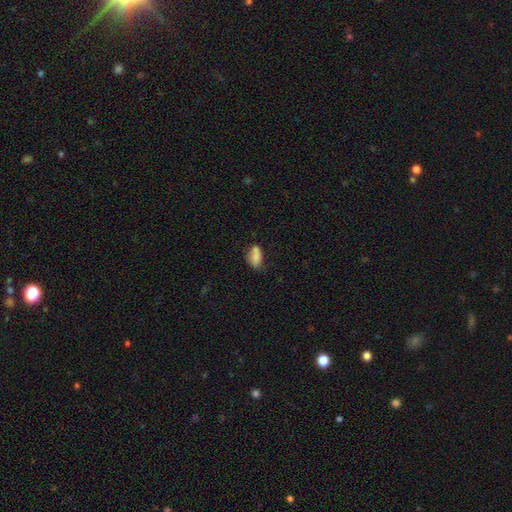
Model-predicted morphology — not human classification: Smooth or featured? Predicted: smooth (p=0.80). How rounded? Predicted: in between (p=0.88). Merging? Predicted: none (p=0.51).